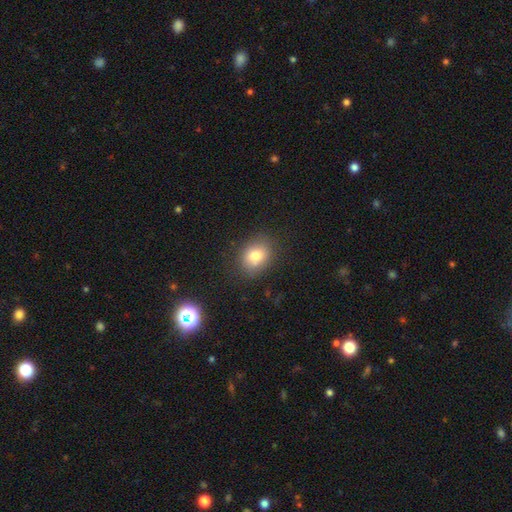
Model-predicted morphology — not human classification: type=smooth (77%); roundness=in between (53%); merging=none (80%).